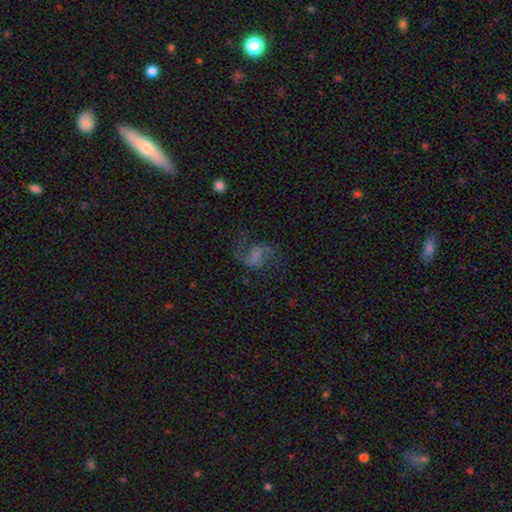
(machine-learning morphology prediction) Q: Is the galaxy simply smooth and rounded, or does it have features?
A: featured or disk — 69%.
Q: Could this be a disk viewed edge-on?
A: no — 98%.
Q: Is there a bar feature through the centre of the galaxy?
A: weak — 46%.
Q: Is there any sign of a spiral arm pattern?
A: yes — 91%.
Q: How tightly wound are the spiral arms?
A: loose — 59%.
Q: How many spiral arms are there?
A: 2 — 88%.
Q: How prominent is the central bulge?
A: none — 51%.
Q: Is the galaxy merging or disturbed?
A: none — 60%.